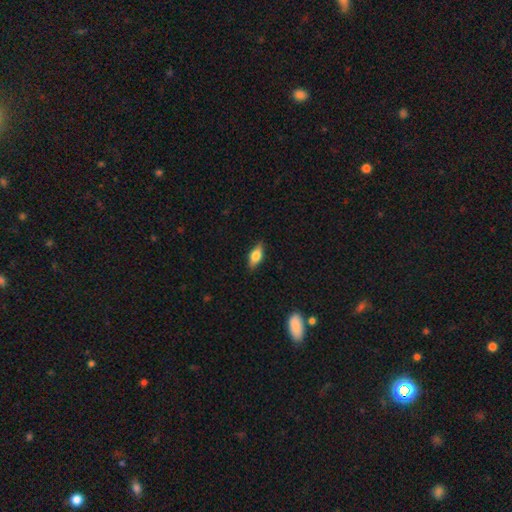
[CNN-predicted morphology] A smooth galaxy with no disk features (66%) that is in between round and cigar-shaped (79%).

Vote fractions:
- Smooth or featured? smooth: 66% / featured or disk: 27% / star or artifact: 7%
- How rounded? in between: 79% / cigar-shaped: 16% / round: 4%
- Merging? none: 86% / minor disturbance: 11% / major disturbance: 2% / merger: 1%